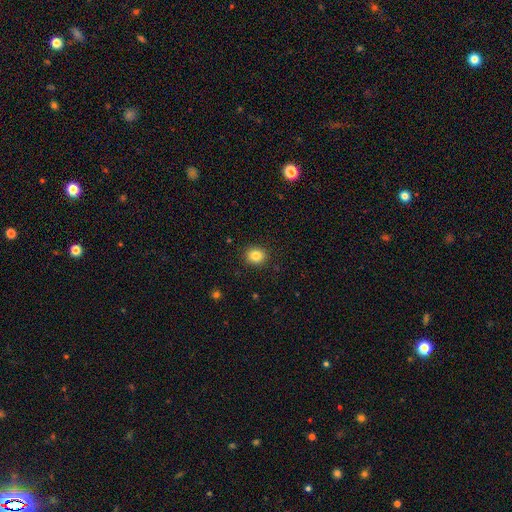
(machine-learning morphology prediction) smooth_or_featured: smooth (p=0.84) [alt: star or artifact p=0.10]
how_rounded: round (p=0.73) [alt: in between p=0.26]
merging: none (p=0.90) [alt: minor disturbance p=0.07]